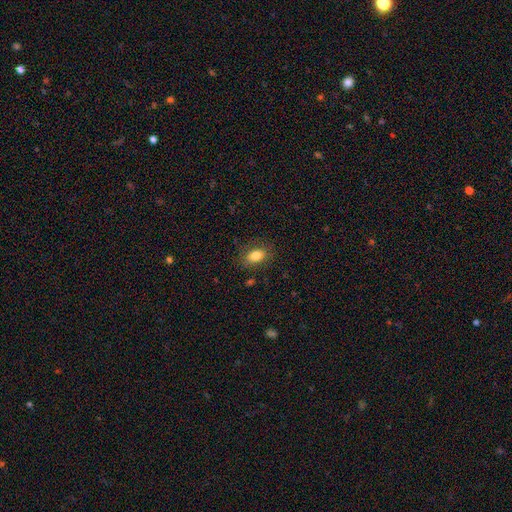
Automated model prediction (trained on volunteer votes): The model was most divided on "merging": none: 81%, minor disturbance: 13%, major disturbance: 4%, merger: 1%. More confident: how rounded — in between (86%); smooth or featured — smooth (83%).